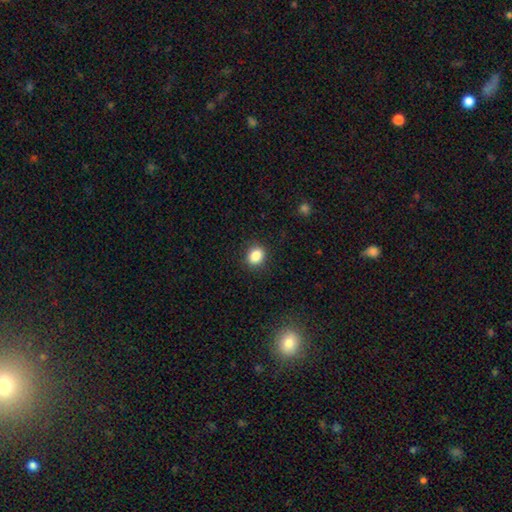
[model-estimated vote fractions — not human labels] Q: Smooth or featured?
A: smooth (86%); runner-up: star or artifact (10%)
Q: How rounded?
A: round (51%); runner-up: in between (48%)
Q: Merging?
A: none (88%); runner-up: minor disturbance (8%)